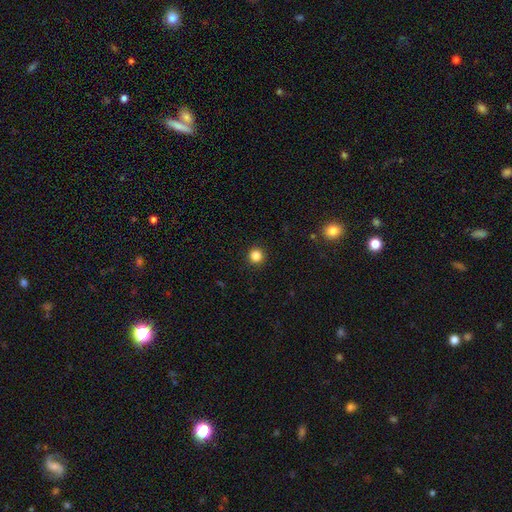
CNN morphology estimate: The model was most divided on "smooth or featured": smooth: 84%, star or artifact: 12%, featured or disk: 4%. More confident: how rounded — round (95%); merging — none (93%).